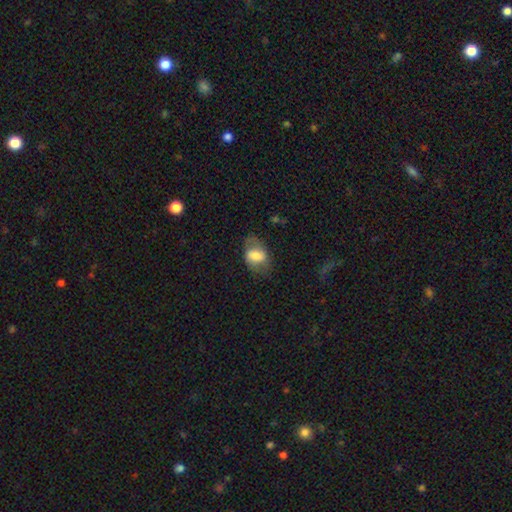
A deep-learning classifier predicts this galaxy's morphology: Smooth or featured?
  - smooth: 59% *
  - featured or disk: 33%
  - star or artifact: 8%
How rounded?
  - in between: 82% *
  - round: 16%
  - cigar-shaped: 2%
Merging?
  - none: 61% *
  - minor disturbance: 23%
  - major disturbance: 15%
  - merger: 1%